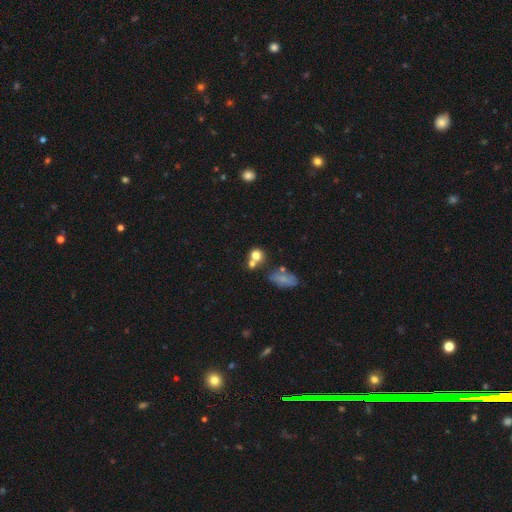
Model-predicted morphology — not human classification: smooth 74%, star or artifact 14%, featured or disk 13%. Down the decision tree: how rounded — round (78%); merging — none (45%).